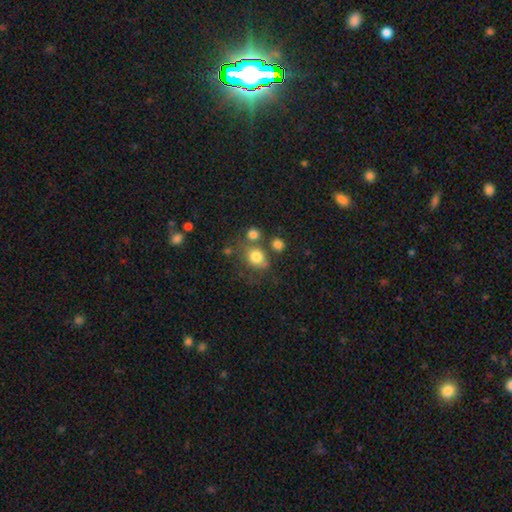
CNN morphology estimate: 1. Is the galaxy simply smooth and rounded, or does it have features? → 78% smooth, 12% star or artifact, 10% featured or disk.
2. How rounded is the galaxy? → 65% round, 34% in between, 1% cigar-shaped.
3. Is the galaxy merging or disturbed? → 56% none, 21% merger, 16% minor disturbance, 8% major disturbance.